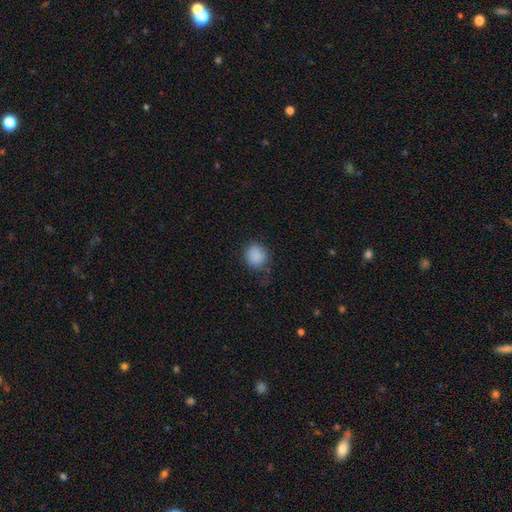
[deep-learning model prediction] Q: Smooth or featured?
A: smooth (88%); runner-up: star or artifact (8%)
Q: How rounded?
A: round (71%); runner-up: in between (28%)
Q: Merging?
A: none (69%); runner-up: minor disturbance (22%)